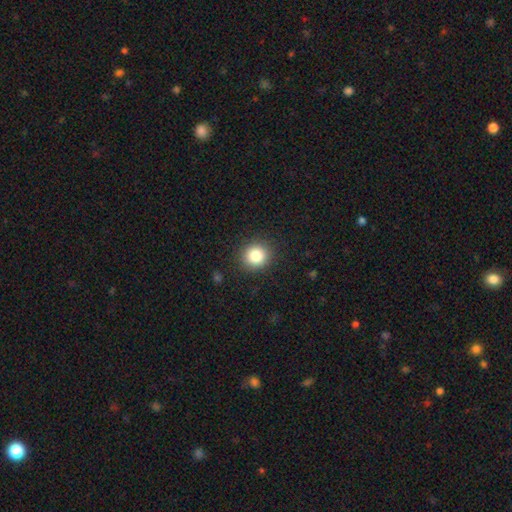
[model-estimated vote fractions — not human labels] Smooth or featured? smooth (84%)
How rounded? round (88%)
Merging? none (90%)